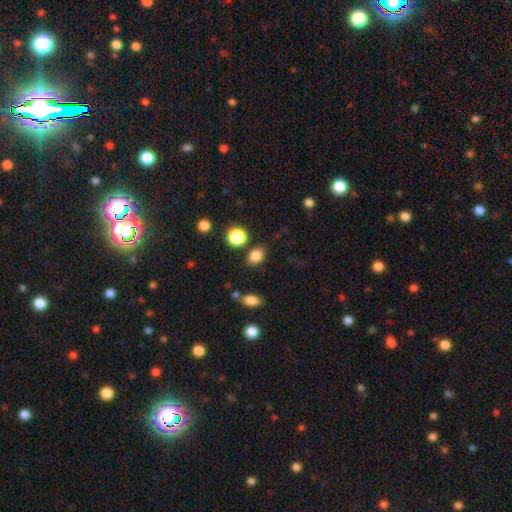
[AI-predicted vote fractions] This is clearly a smooth galaxy (84%). How rounded: likely in between (66%). Merging: likely none (80%).